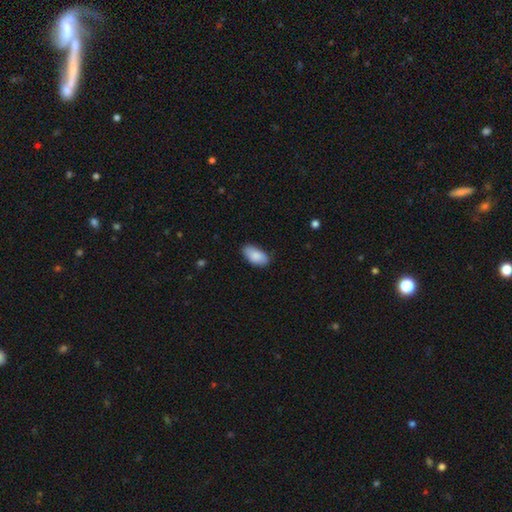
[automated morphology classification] Smooth or featured? smooth (87%)
How rounded? in between (94%)
Merging? none (81%)